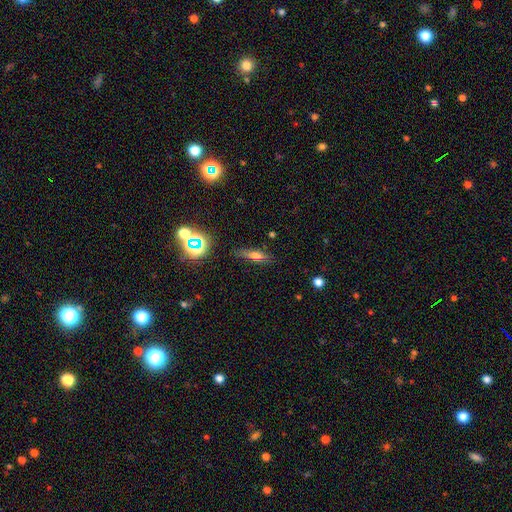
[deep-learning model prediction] Smooth or featured?
  - smooth: 53% *
  - featured or disk: 30%
  - star or artifact: 17%
How rounded?
  - cigar-shaped: 62% *
  - in between: 33%
  - round: 6%
Merging?
  - none: 78% *
  - minor disturbance: 15%
  - major disturbance: 4%
  - merger: 3%